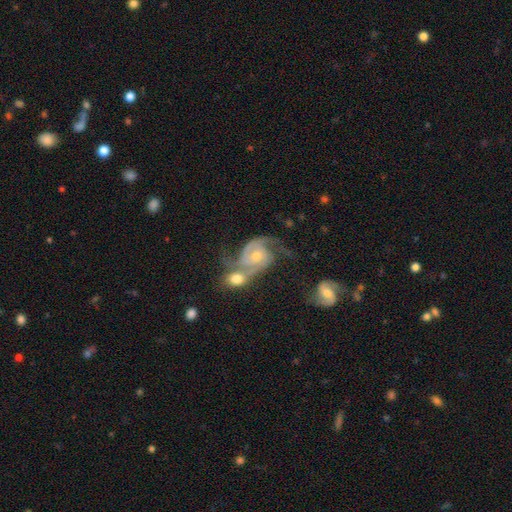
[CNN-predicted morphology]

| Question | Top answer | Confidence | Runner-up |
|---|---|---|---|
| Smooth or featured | featured or disk | 88% | smooth (7%) |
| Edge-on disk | no | 98% | yes (2%) |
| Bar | no | 62% | weak (31%) |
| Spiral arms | yes | 97% | no (3%) |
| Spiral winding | medium | 53% | tight (25%) |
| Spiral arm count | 2 | 86% | 3 (5%) |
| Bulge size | moderate | 54% | small (38%) |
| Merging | merger | 52% | none (26%) |